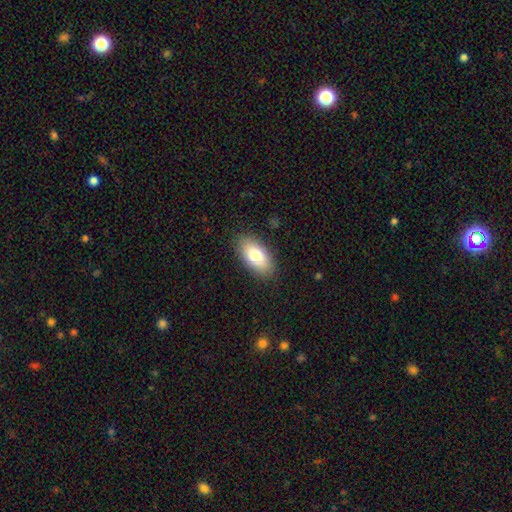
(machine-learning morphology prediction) Q: Smooth or featured?
A: smooth (77%); runner-up: featured or disk (16%)
Q: How rounded?
A: in between (92%); runner-up: cigar-shaped (5%)
Q: Merging?
A: none (87%); runner-up: minor disturbance (10%)